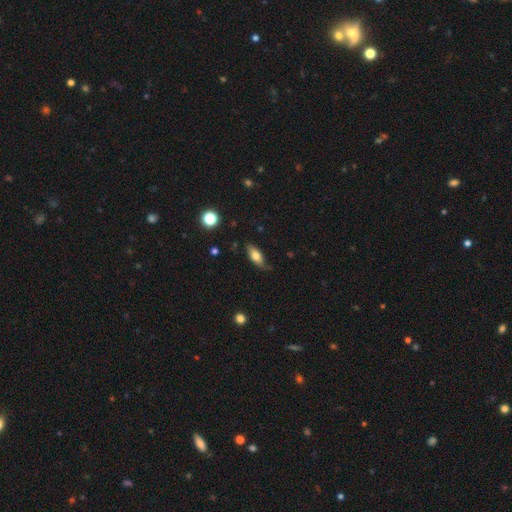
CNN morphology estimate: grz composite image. It shows a smooth galaxy with no disk features (71%) that is in between round and cigar-shaped (77%). Merging: none (70%).